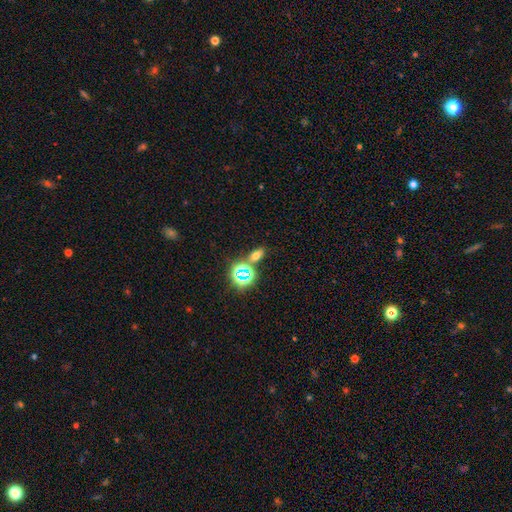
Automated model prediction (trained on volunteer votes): smooth_or_featured: smooth (p=0.55) [alt: star or artifact p=0.31]
how_rounded: in between (p=0.71) [alt: round p=0.19]
merging: none (p=0.75) [alt: merger p=0.12]